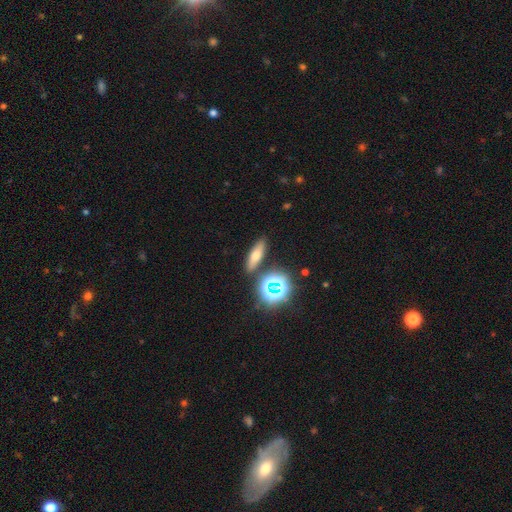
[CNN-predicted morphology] smooth-or-featured: smooth: 52% | featured or disk: 25% | star or artifact: 23%
  how-rounded: cigar-shaped: 48% | in between: 38% | round: 15%
  merging: none: 86% | minor disturbance: 8% | merger: 4% | major disturbance: 2%